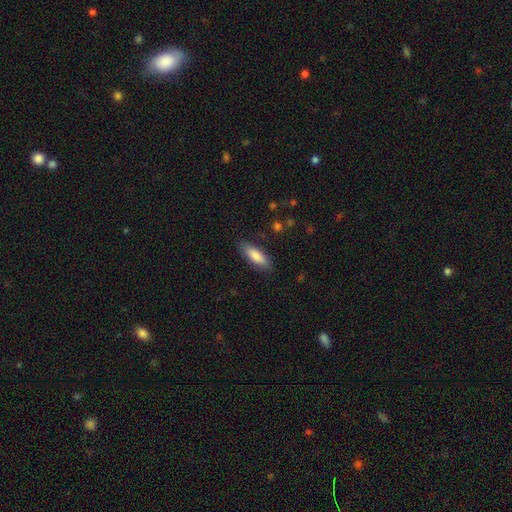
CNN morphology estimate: A smooth galaxy with no disk features (82%) that is in between round and cigar-shaped (56%). Merging: none (85%).